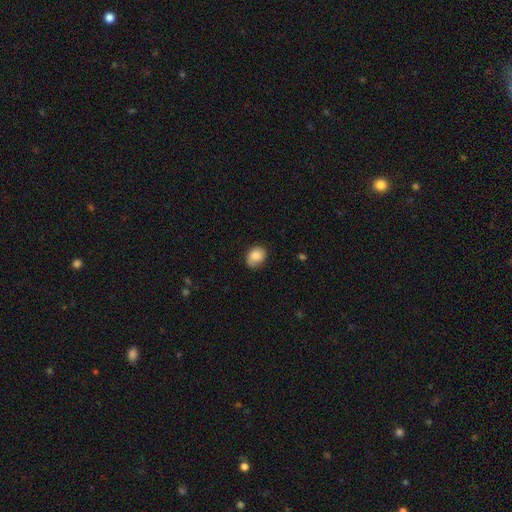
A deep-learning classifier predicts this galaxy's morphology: This appears to be a smooth galaxy with no disk features (84%) that is in between round and cigar-shaped (60%). Merging: none (75%).